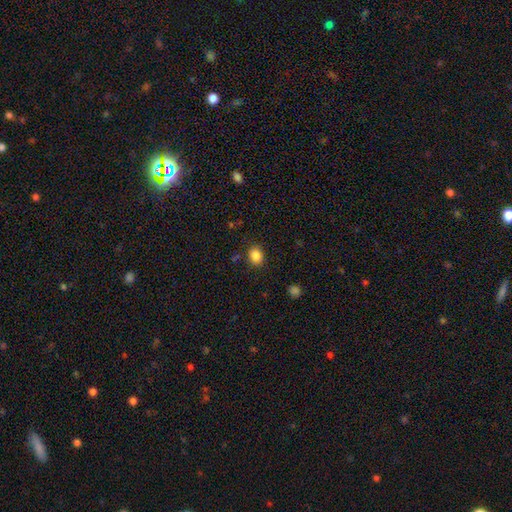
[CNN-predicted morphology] smooth-or-featured: smooth: 85% | star or artifact: 10% | featured or disk: 4%
  how-rounded: round: 54% | in between: 45% | cigar-shaped: 1%
  merging: none: 86% | minor disturbance: 9% | major disturbance: 3% | merger: 2%